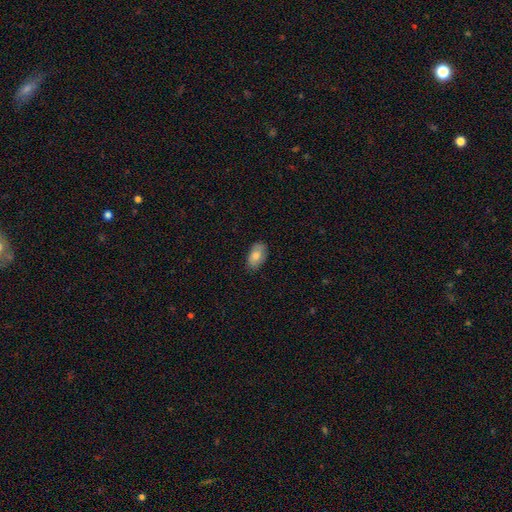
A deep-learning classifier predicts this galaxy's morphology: A smooth galaxy with no disk features (78%) that is in between round and cigar-shaped (91%). Merging: none (81%).